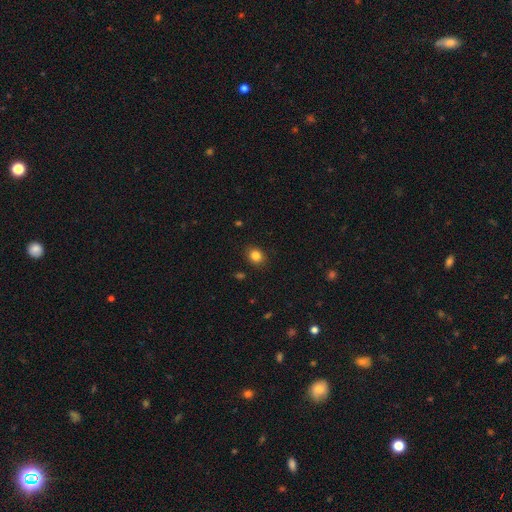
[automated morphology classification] smooth_or_featured: smooth (p=0.84) [alt: star or artifact p=0.11]
how_rounded: round (p=0.64) [alt: in between p=0.35]
merging: none (p=0.89) [alt: minor disturbance p=0.08]